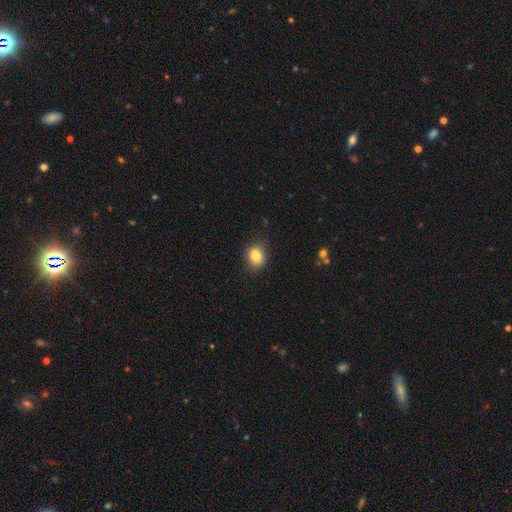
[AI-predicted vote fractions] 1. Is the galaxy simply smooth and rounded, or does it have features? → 84% smooth, 10% star or artifact, 7% featured or disk.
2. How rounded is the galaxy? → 51% round, 48% in between, 1% cigar-shaped.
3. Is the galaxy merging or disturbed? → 83% none, 13% minor disturbance, 3% major disturbance, 1% merger.